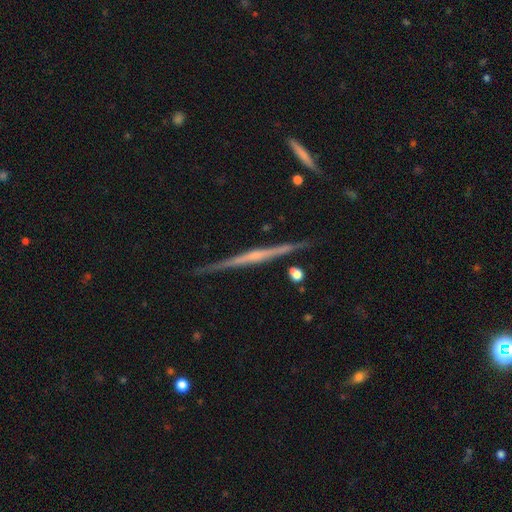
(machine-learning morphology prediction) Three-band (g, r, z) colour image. It shows a featured or disk galaxy (80%) viewed edge-on (98%) with a rounded central bulge (49%). Merging: none (88%).